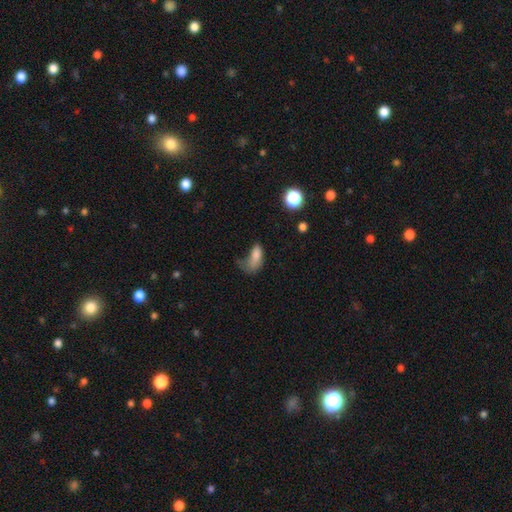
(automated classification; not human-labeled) smooth-or-featured: smooth: 74% | featured or disk: 15% | star or artifact: 11%
  how-rounded: in between: 83% | cigar-shaped: 10% | round: 7%
  merging: major disturbance: 52% | minor disturbance: 22% | none: 20% | merger: 6%